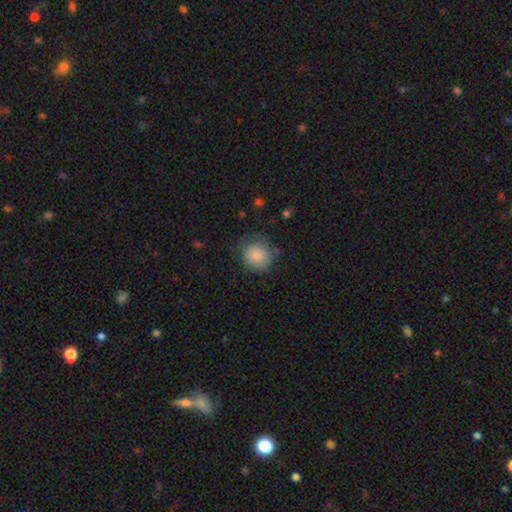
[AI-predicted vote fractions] Overall: smooth (84%). How rounded: round (90%). Merging: none (75%).